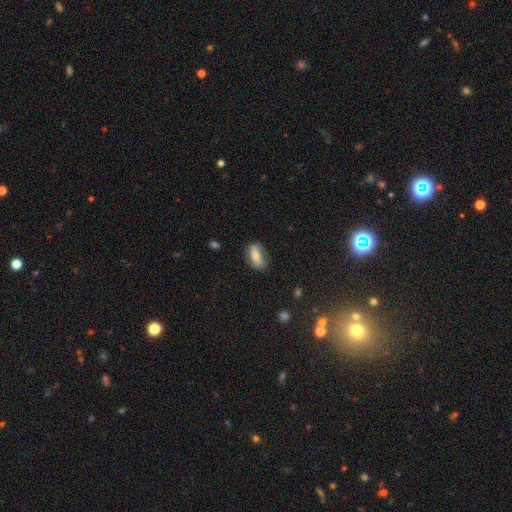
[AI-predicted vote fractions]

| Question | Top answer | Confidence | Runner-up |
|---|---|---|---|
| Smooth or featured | smooth | 64% | featured or disk (28%) |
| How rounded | in between | 81% | cigar-shaped (13%) |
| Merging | none | 67% | minor disturbance (24%) |